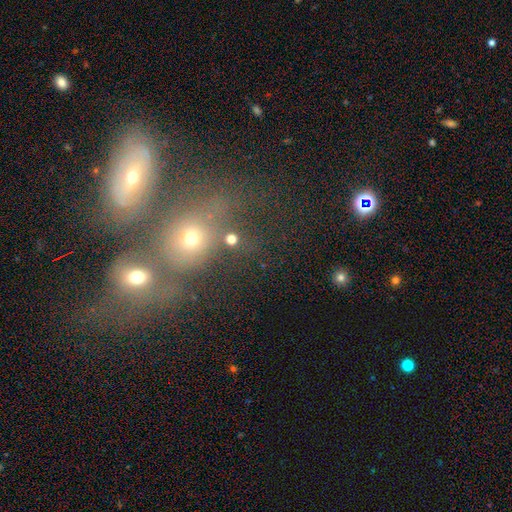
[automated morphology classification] smooth_or_featured: smooth (p=0.52) [alt: star or artifact p=0.26]
how_rounded: round (p=0.49) [alt: in between p=0.47]
merging: merger (p=0.44) [alt: none p=0.36]